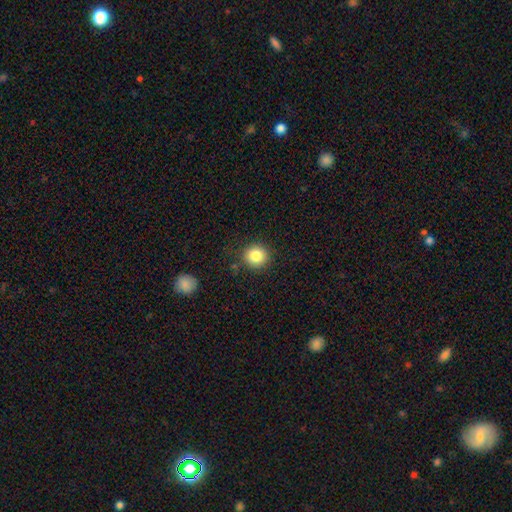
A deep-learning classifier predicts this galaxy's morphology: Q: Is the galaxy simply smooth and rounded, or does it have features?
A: smooth — 84%.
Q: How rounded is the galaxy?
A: round — 90%.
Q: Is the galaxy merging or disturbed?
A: none — 87%.